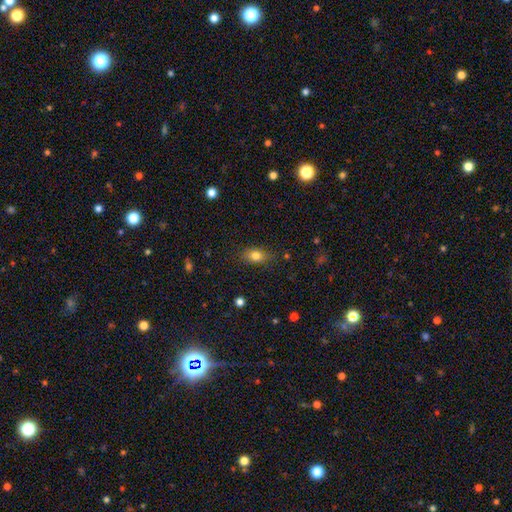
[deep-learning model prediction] A smooth galaxy with no disk features (80%) that is in between round and cigar-shaped (76%).

Vote fractions:
- Smooth or featured? smooth: 80% / star or artifact: 10% / featured or disk: 10%
- How rounded? in between: 76% / round: 20% / cigar-shaped: 4%
- Merging? none: 83% / minor disturbance: 13% / major disturbance: 3% / merger: 1%